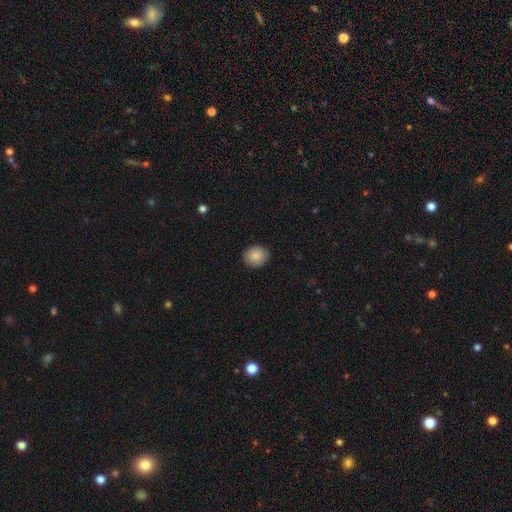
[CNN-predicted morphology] Smooth or featured? Predicted: smooth (p=0.86). How rounded? Predicted: round (p=0.76). Merging? Predicted: none (p=0.87).